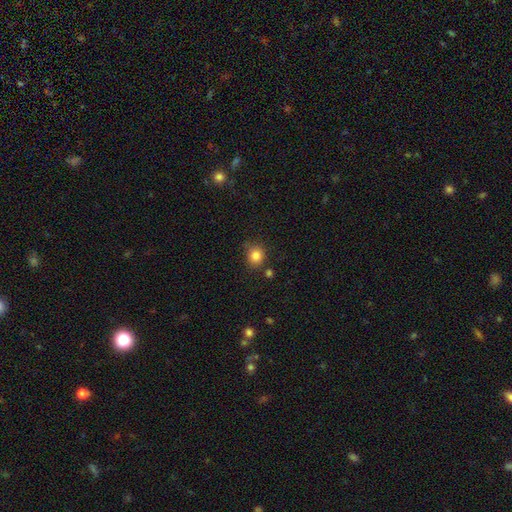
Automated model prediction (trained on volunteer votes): smooth-or-featured: smooth: 83% | star or artifact: 11% | featured or disk: 6%
  how-rounded: round: 81% | in between: 18% | cigar-shaped: 1%
  merging: none: 73% | minor disturbance: 17% | merger: 6% | major disturbance: 4%